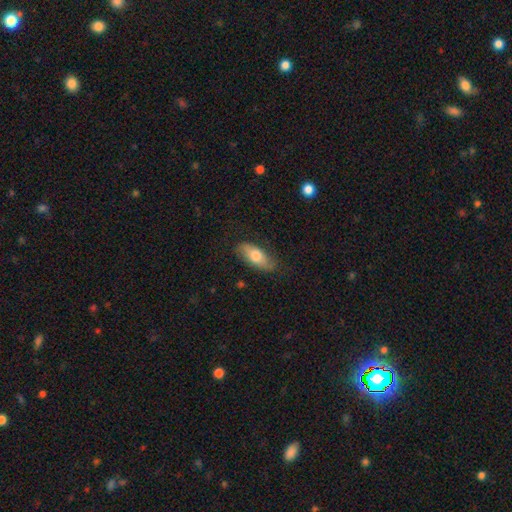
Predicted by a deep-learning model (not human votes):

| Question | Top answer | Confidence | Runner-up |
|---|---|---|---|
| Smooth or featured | smooth | 70% | featured or disk (25%) |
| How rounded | in between | 81% | cigar-shaped (16%) |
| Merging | none | 79% | minor disturbance (16%) |